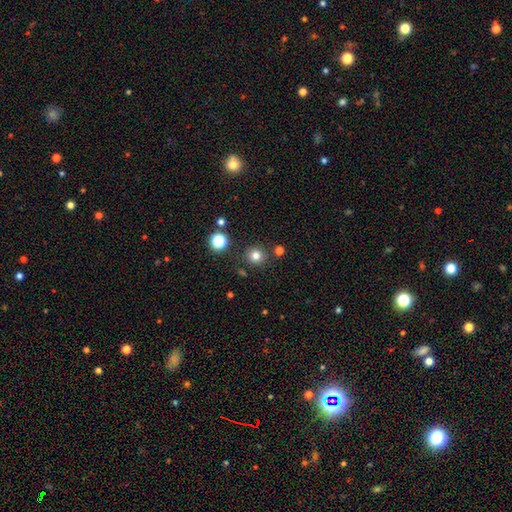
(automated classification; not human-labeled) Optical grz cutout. It shows a smooth galaxy with no disk features (78%) that is round (91%). Merging: none (87%).